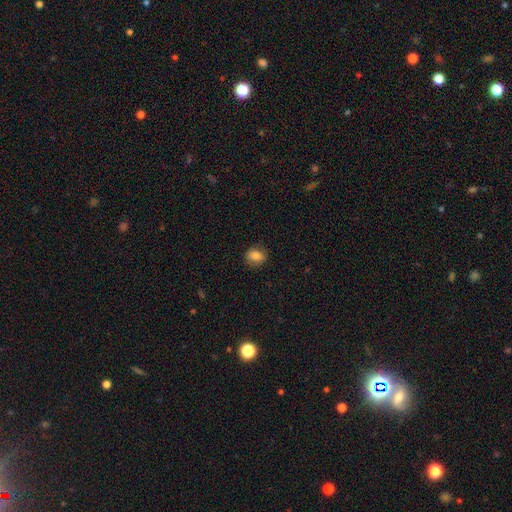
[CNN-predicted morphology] A smooth galaxy with no disk features (80%) that is round (55%). Merging: none (85%).